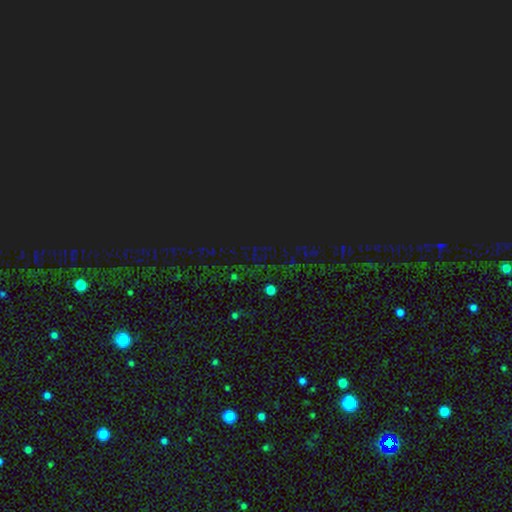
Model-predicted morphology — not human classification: smooth_or_featured: star or artifact (p=0.81) [alt: smooth p=0.13]